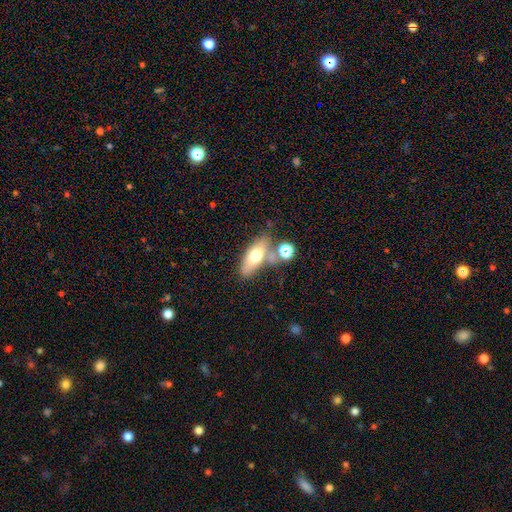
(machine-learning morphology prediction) Smooth or featured? Predicted: smooth (p=0.62). How rounded? Predicted: in between (p=0.74). Merging? Predicted: none (p=0.53).